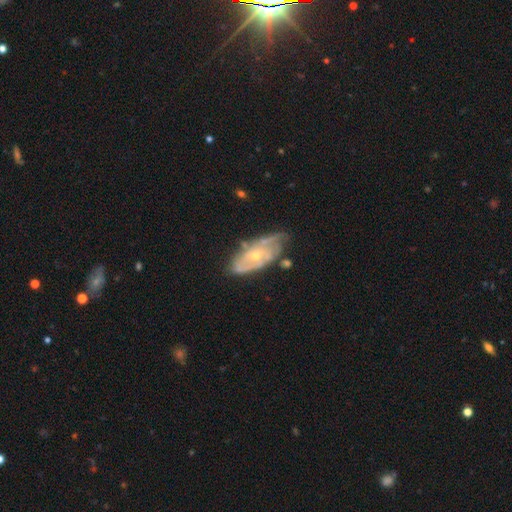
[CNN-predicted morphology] This appears to be a featured or disk galaxy (77%) with no bar (72%), tight (54%) spiral arms (82%) and a small central bulge (58%). Merging: none (54%).